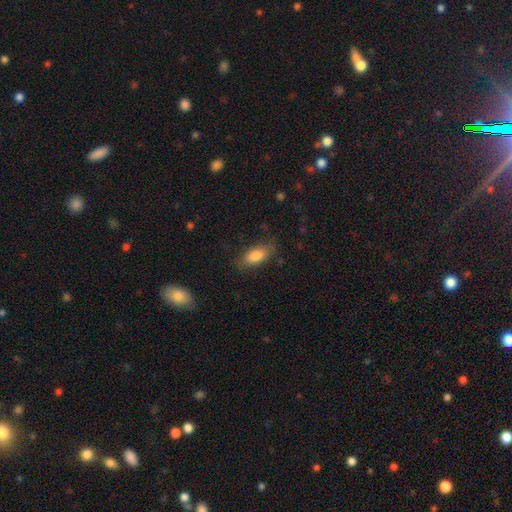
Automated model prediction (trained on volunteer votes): A smooth galaxy with no disk features (83%) that is in between round and cigar-shaped (85%). Merging: none (77%).